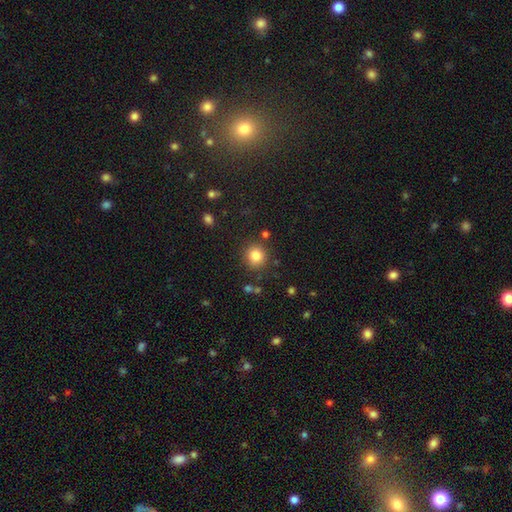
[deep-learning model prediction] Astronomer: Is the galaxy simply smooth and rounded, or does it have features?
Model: smooth — 82%.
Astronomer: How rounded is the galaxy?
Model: round — 90%.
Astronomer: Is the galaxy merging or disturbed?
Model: none — 85%.